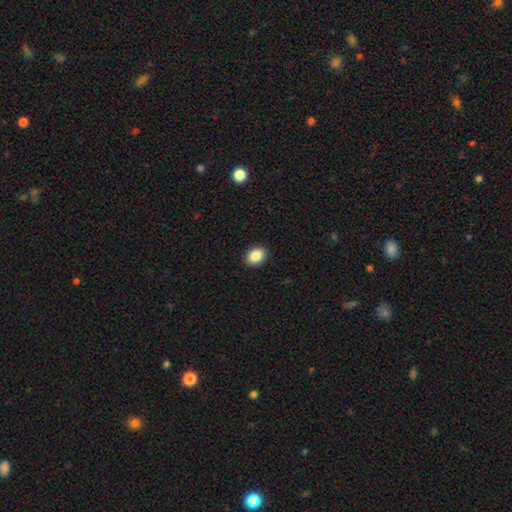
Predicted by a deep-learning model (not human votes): smooth_or_featured: smooth (p=0.88) [alt: star or artifact p=0.08]
how_rounded: in between (p=0.67) [alt: round p=0.32]
merging: none (p=0.91) [alt: minor disturbance p=0.06]